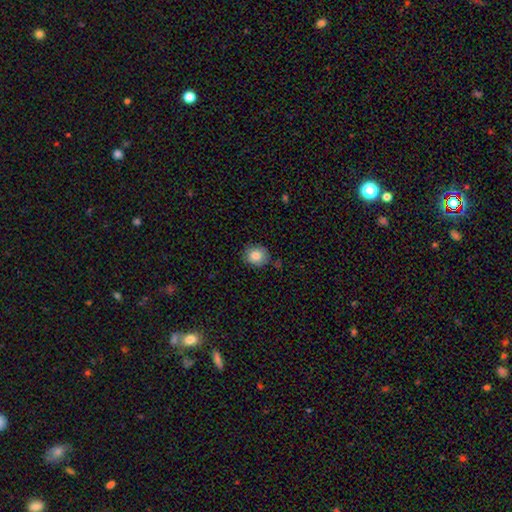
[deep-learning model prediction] smooth 84%, star or artifact 9%, featured or disk 7%. Down the decision tree: how rounded — round (83%); merging — none (80%).